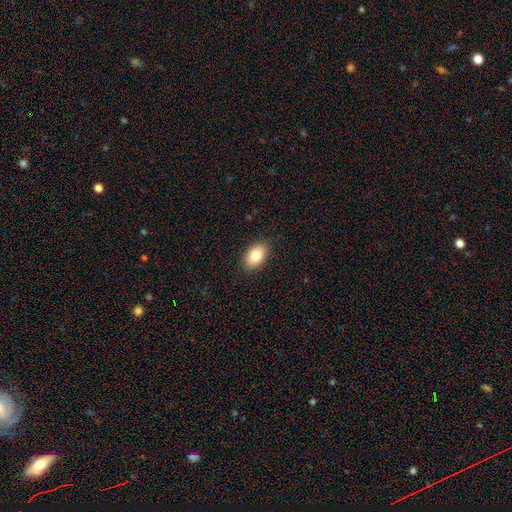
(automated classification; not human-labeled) This appears to be a smooth galaxy with no disk features (81%) that is in between round and cigar-shaped (89%). Merging: none (88%).